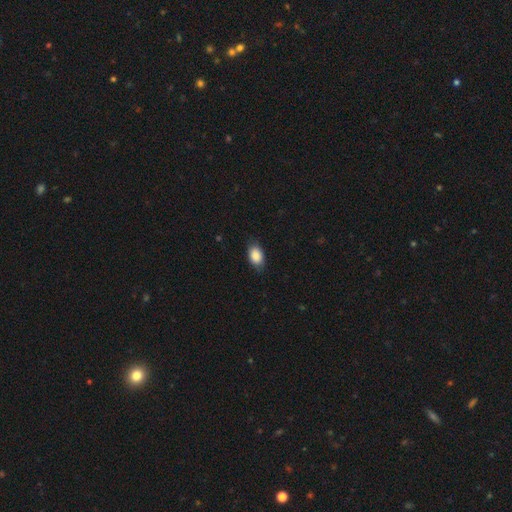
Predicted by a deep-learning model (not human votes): smooth 87%, star or artifact 7%, featured or disk 6%. Down the decision tree: how rounded — in between (88%); merging — none (80%).